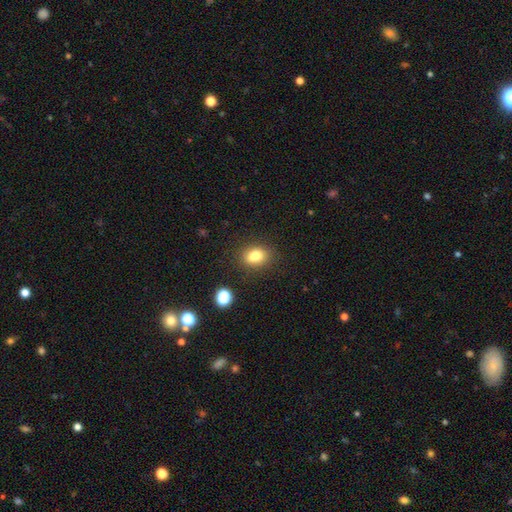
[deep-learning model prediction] Morphology: type=smooth (81%); roundness=in between (72%); merging=none (82%).